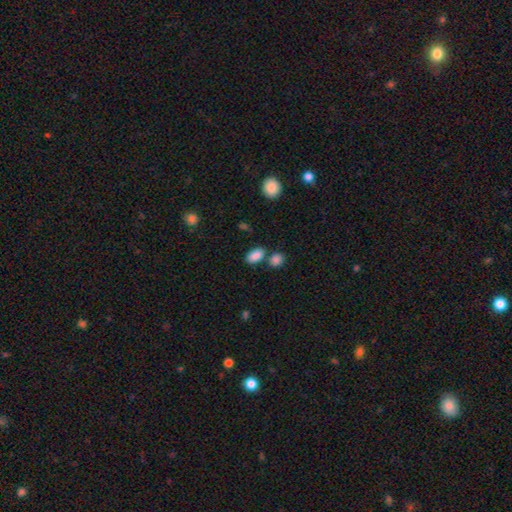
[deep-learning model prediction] Overall: smooth (87%). How rounded: in between (89%). Merging: none (66%).